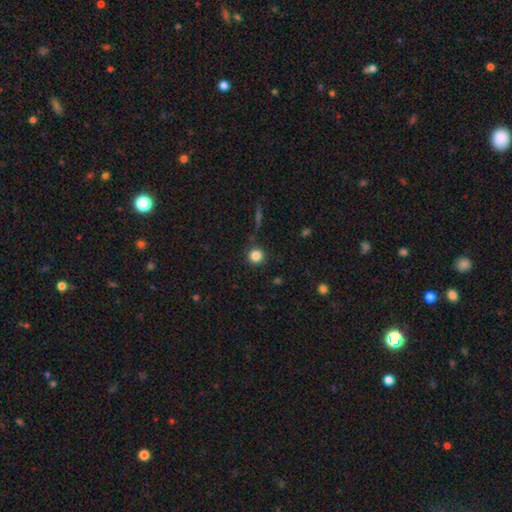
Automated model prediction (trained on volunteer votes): A smooth galaxy with no disk features (84%) that is round (94%). Merging: none (88%).